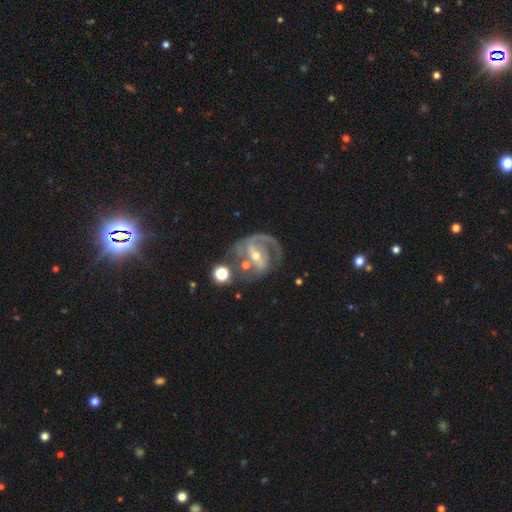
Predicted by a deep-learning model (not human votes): A featured or disk galaxy (85%) with a strong bar (44%), 2 (56%) medium (48%) spiral arms (91%) and a small central bulge (49%).

Vote fractions:
- Smooth or featured? featured or disk: 85% / smooth: 8% / star or artifact: 6%
- Edge-on disk? no: 97% / yes: 3%
- Bar? strong: 44% / weak: 39% / no: 18%
- Spiral arms? yes: 91% / no: 9%
- Spiral winding? medium: 48% / tight: 33% / loose: 19%
- Spiral arm count? 2: 56% / 1: 30% / can't tell: 8% / 3: 3% / 4: 1% / more than 4: 1%
- Bulge size? small: 49% / moderate: 46% / large: 2% / none: 1% / dominant: 1%
- Merging? none: 50% / major disturbance: 19% / minor disturbance: 18% / merger: 12%